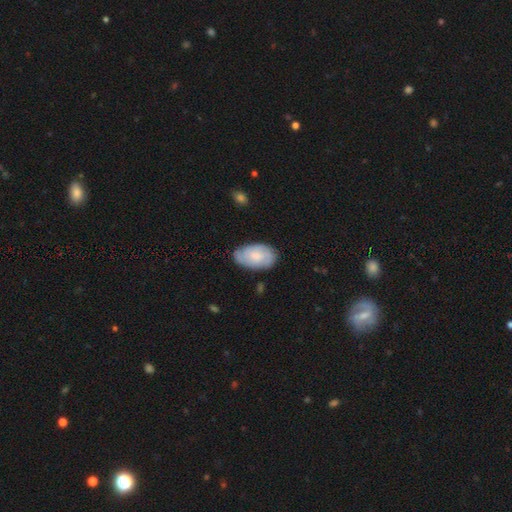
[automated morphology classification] type=featured or disk (56%); edge-on=no (96%); bar=no (67%); spiral arms=yes (88%); bulge=small (48%); merging=none (77%).